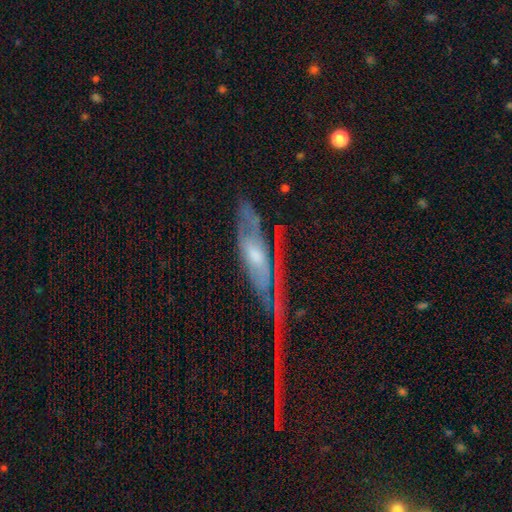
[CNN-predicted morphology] A featured or disk galaxy (70%). Merging: major disturbance (38%).